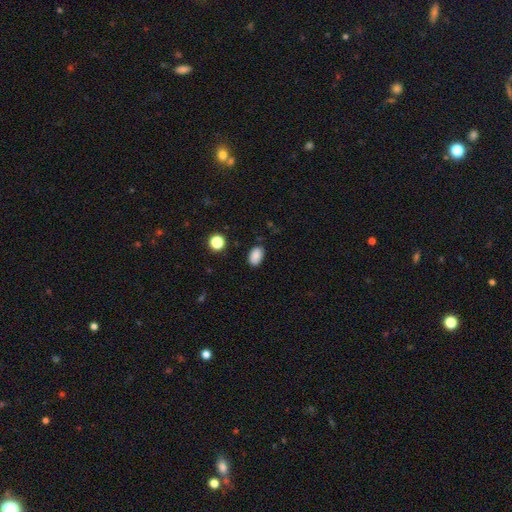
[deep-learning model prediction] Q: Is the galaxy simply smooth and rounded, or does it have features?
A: smooth — 86%.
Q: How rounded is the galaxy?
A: in between — 88%.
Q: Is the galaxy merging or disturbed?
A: none — 83%.